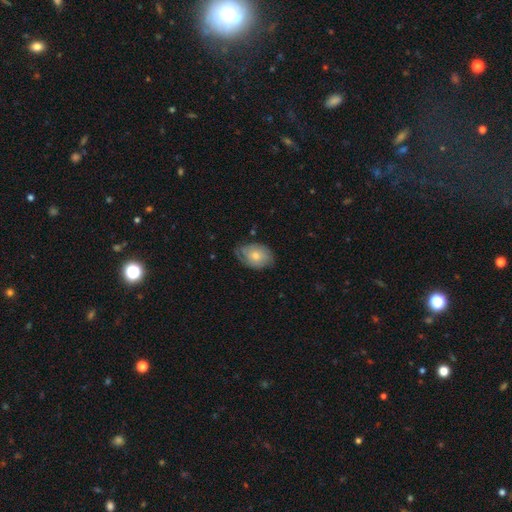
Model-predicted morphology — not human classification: Q: Smooth or featured?
A: smooth (60%); runner-up: featured or disk (34%)
Q: How rounded?
A: in between (80%); runner-up: round (19%)
Q: Merging?
A: none (63%); runner-up: minor disturbance (29%)